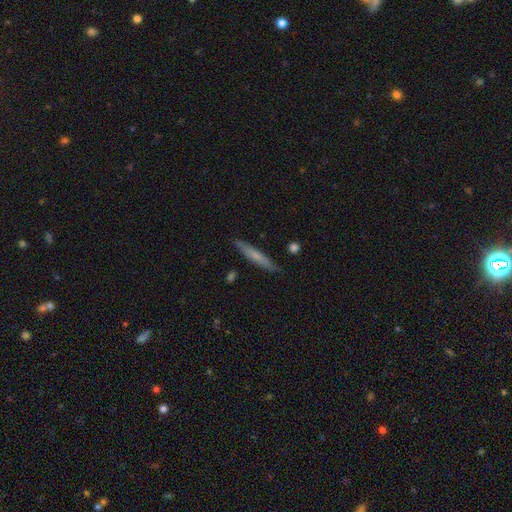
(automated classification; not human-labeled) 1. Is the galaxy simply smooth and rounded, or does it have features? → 56% smooth, 38% featured or disk, 6% star or artifact.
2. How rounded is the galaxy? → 93% cigar-shaped, 5% in between, 1% round.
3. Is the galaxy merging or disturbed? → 87% none, 10% minor disturbance, 2% merger, 2% major disturbance.